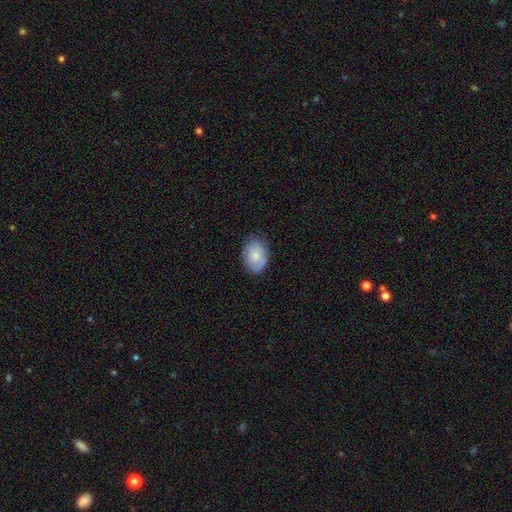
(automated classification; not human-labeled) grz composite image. It shows a smooth galaxy with no disk features (77%) that is in between round and cigar-shaped (76%). Merging: none (75%).